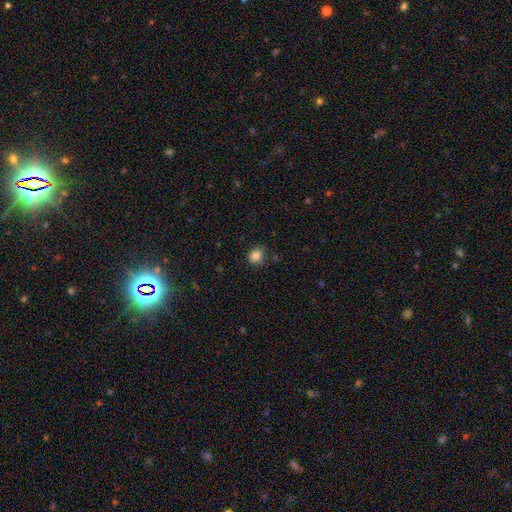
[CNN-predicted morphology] type=smooth (85%); roundness=round (71%); merging=none (82%).